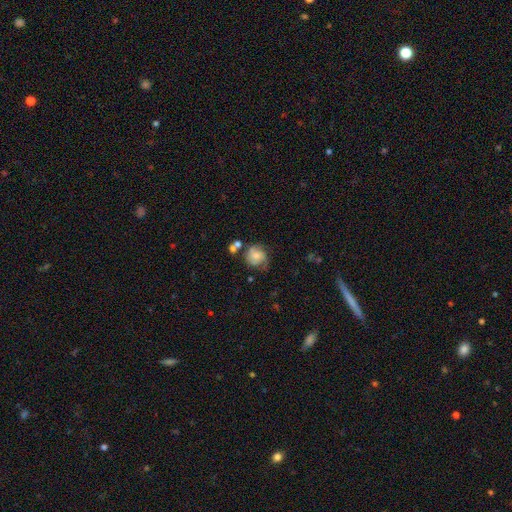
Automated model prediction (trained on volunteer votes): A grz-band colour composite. It shows a featured or disk galaxy (60%) with no bar (74%), 2 (50%) tight (47%) spiral arms (90%) and a small central bulge (46%). Merging: none (55%).